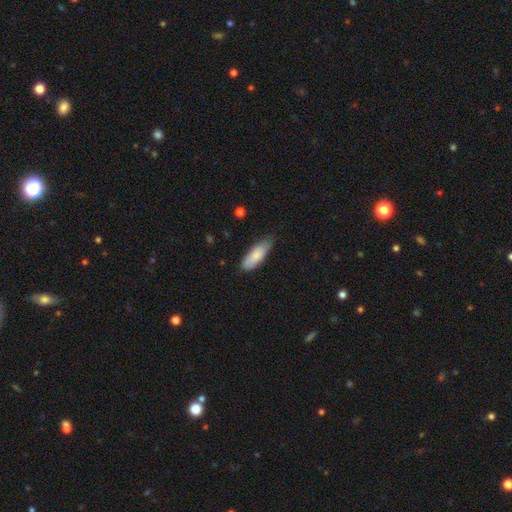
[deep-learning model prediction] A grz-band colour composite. It shows a smooth galaxy with no disk features (82%) that is in between round and cigar-shaped (61%). Merging: none (67%).